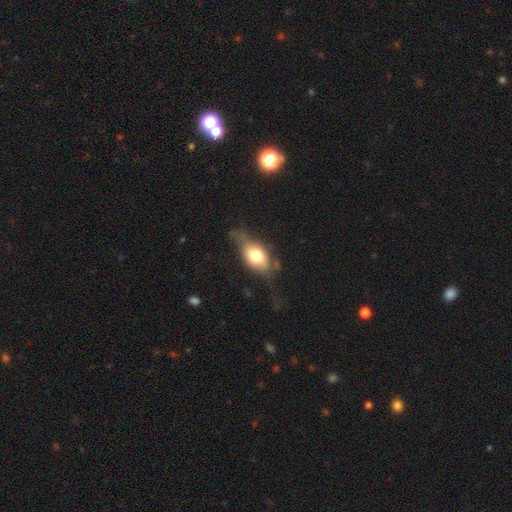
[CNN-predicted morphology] Smooth or featured? smooth (63%)
How rounded? in between (81%)
Merging? none (41%)